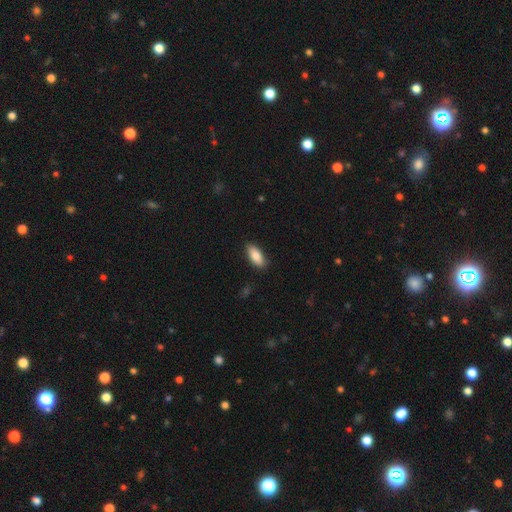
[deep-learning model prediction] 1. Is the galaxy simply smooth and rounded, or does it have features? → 85% smooth, 9% featured or disk, 6% star or artifact.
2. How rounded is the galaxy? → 86% in between, 12% cigar-shaped, 2% round.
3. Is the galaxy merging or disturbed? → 84% none, 13% minor disturbance, 2% major disturbance, 1% merger.